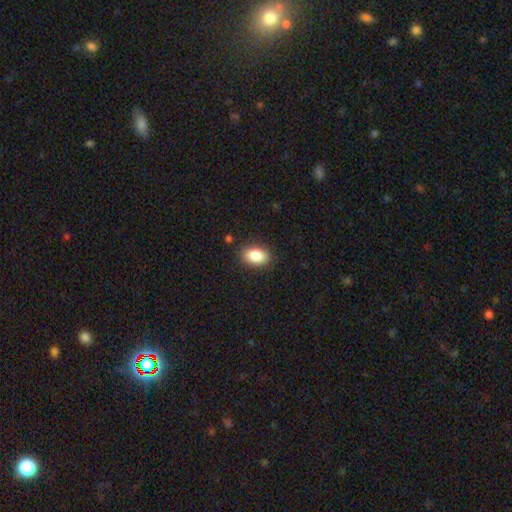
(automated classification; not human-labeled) Smooth or featured: smooth — 86% (star or artifact — 8%)
How rounded: in between — 88% (round — 11%)
Merging: none — 87% (minor disturbance — 9%)